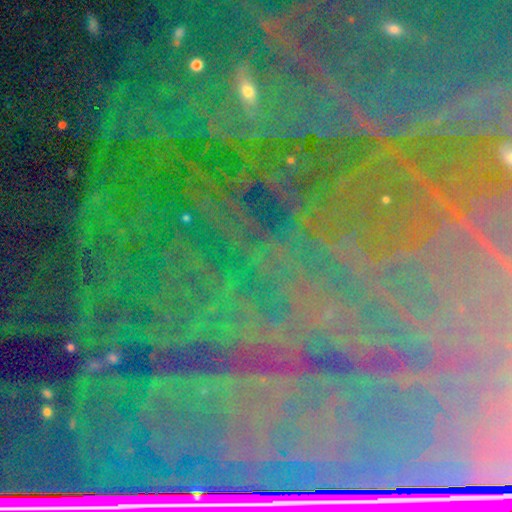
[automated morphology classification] This appears to be a star or artifact, not a galaxy (89%).